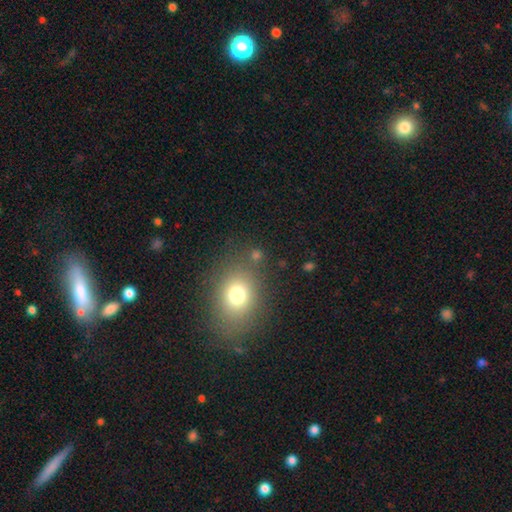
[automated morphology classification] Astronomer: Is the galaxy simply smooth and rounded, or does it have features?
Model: smooth — 72%.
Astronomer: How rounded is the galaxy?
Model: round — 52% (runner-up: in between, 46%).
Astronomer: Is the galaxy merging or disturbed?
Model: none — 75%.